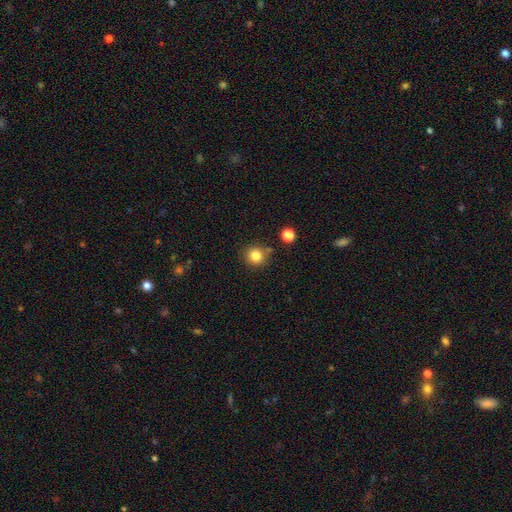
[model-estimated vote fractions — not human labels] Overall: smooth (82%). How rounded: round (91%). Merging: none (82%).